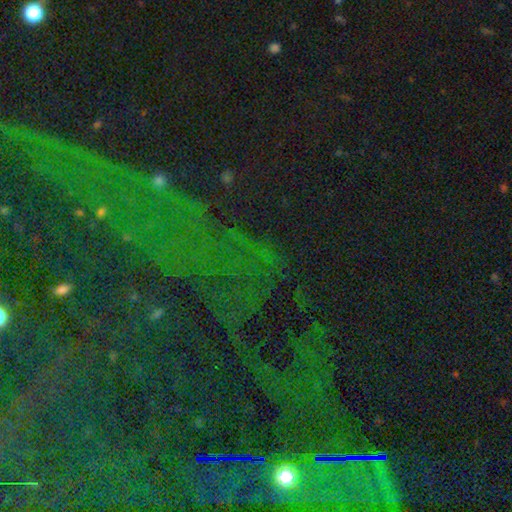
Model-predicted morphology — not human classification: Smooth or featured: star or artifact — 80% (smooth — 10%)